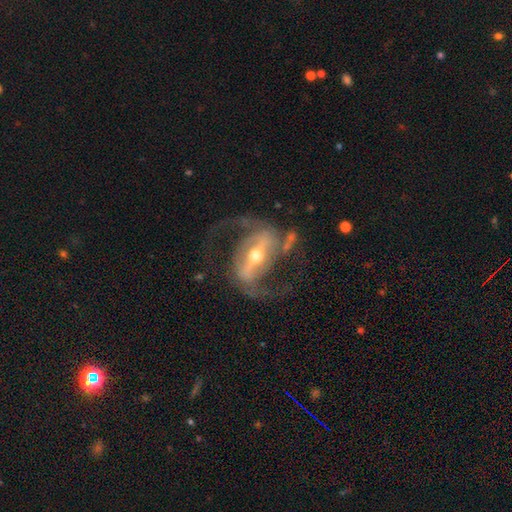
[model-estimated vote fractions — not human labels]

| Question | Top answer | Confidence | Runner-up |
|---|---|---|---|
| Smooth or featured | featured or disk | 91% | star or artifact (5%) |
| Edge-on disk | no | 95% | yes (5%) |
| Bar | strong | 69% | weak (23%) |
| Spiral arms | yes | 96% | no (4%) |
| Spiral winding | medium | 52% | loose (35%) |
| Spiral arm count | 2 | 89% | 3 (4%) |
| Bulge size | moderate | 57% | small (38%) |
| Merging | none | 67% | major disturbance (16%) |